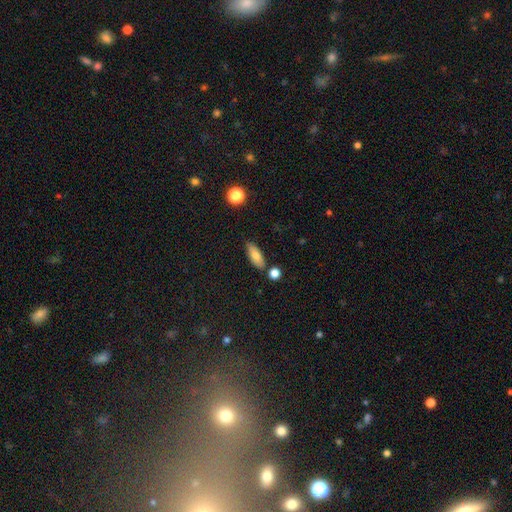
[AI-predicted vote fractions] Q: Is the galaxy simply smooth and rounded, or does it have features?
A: smooth — 79%.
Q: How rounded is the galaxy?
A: in between — 73%.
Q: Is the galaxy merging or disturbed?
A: none — 81%.